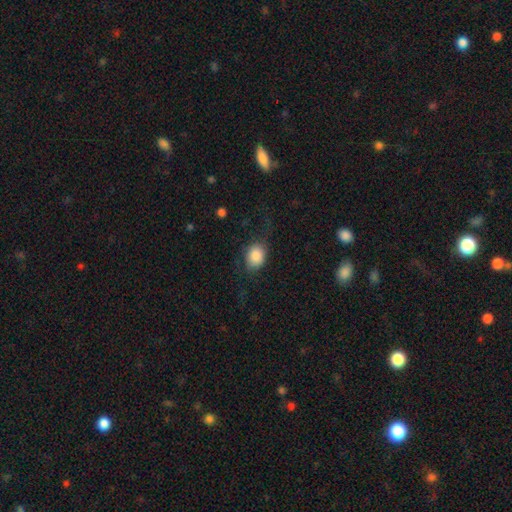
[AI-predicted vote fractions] Morphology: type=smooth (84%); roundness=in between (51%); merging=none (61%).